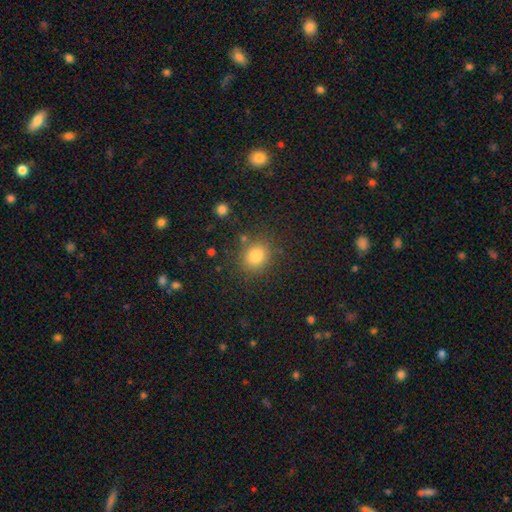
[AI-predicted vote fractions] Q: Smooth or featured?
A: smooth (83%); runner-up: star or artifact (12%)
Q: How rounded?
A: round (72%); runner-up: in between (27%)
Q: Merging?
A: none (83%); runner-up: minor disturbance (10%)